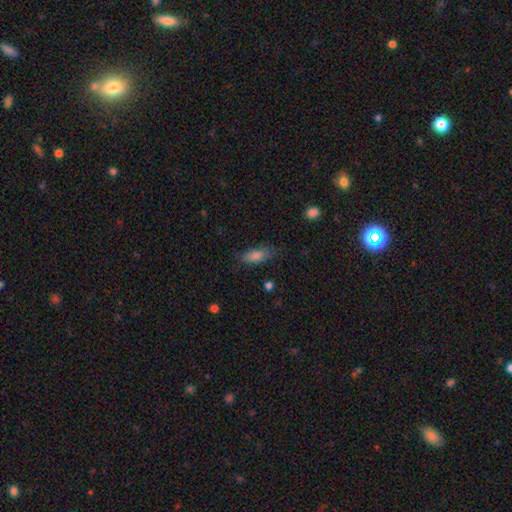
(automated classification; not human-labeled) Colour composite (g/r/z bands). It shows a smooth galaxy with no disk features (79%) that is in between round and cigar-shaped (64%). Merging: none (76%).